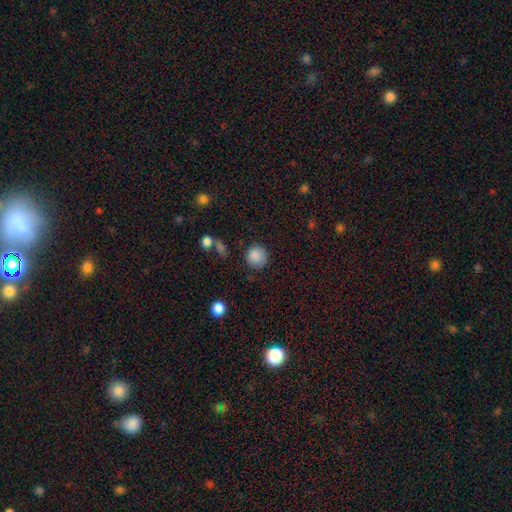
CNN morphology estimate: smooth 86%, star or artifact 9%, featured or disk 5%. Down the decision tree: how rounded — round (90%); merging — none (80%).